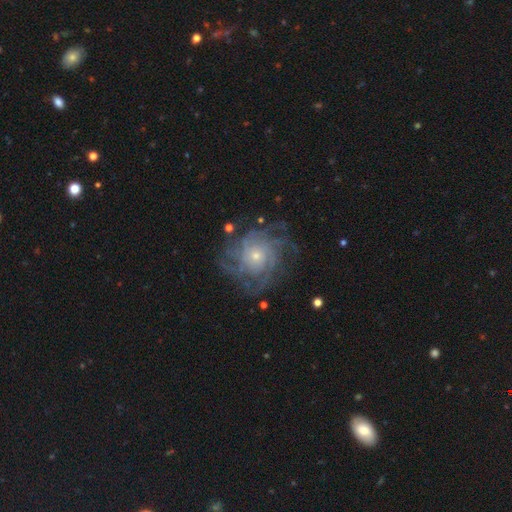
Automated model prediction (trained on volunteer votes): Overall: featured or disk (83%). Edge-on disk: no (97%). Bar: no (83%). Spiral arms: yes (94%). Spiral arm count: can't tell (29%; more than 4 24%). Spiral winding: tight (62%; medium 29%). Bulge size: small (70%). Merging: none (76%).